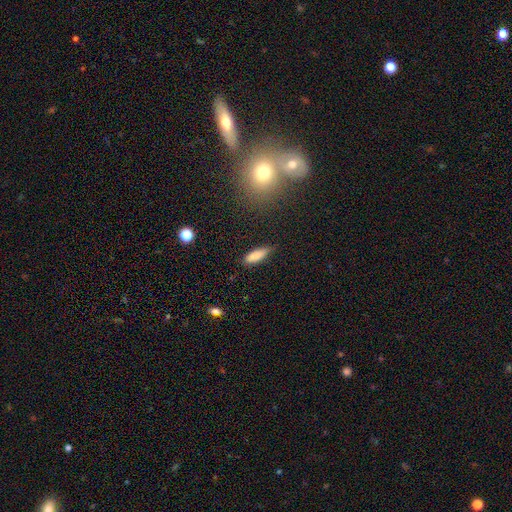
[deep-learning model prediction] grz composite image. It shows a smooth galaxy with no disk features (83%) that is in between round and cigar-shaped (57%). Merging: none (73%).